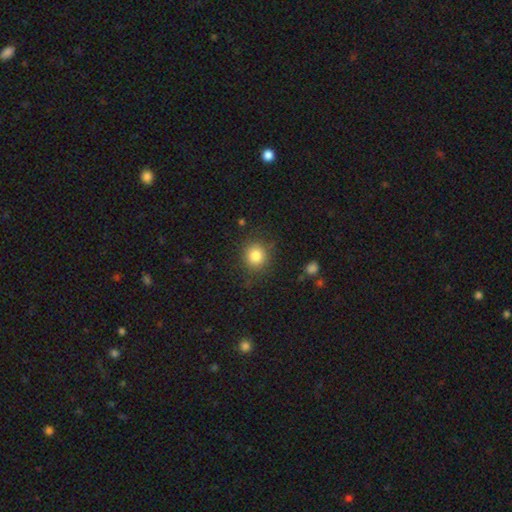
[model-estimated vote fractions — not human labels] This appears to be a smooth galaxy with no disk features (83%) that is round (86%). Merging: none (83%).